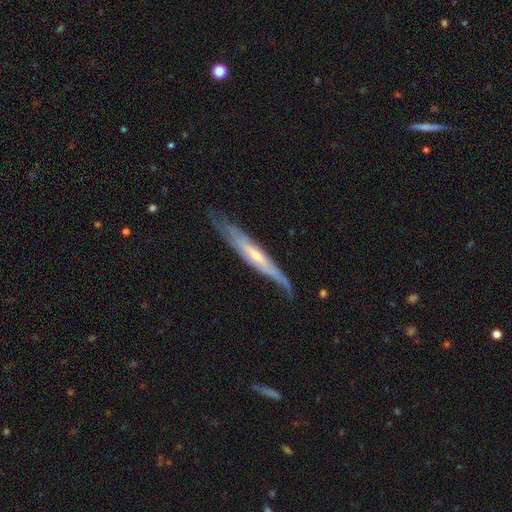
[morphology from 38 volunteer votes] This is clearly a featured or disk galaxy (92%). It is likely viewed edge-on (66%). Edge-on bulge: likely none (61%). Merging: marginally minor disturbance (45%).